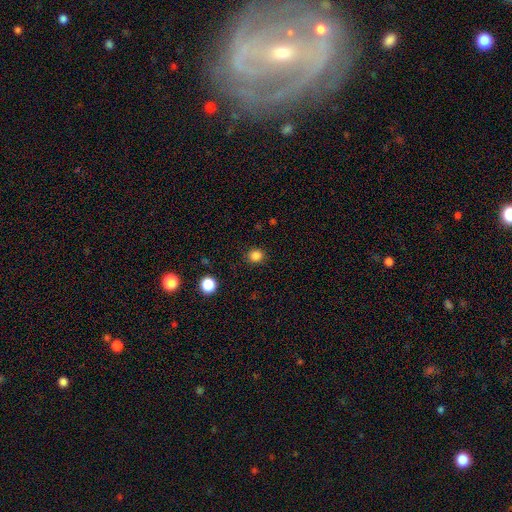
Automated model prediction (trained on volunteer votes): The model was most divided on "how rounded": round: 81%, in between: 18%, cigar-shaped: 1%. More confident: merging — none (89%); smooth or featured — smooth (84%).